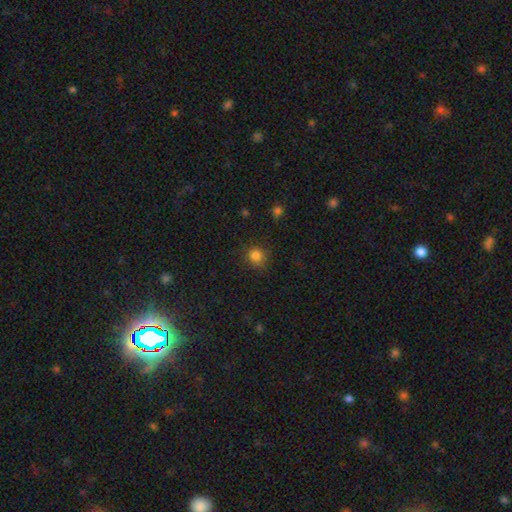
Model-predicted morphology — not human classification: Smooth or featured? Predicted: smooth (p=0.82). How rounded? Predicted: round (p=0.87). Merging? Predicted: none (p=0.80).